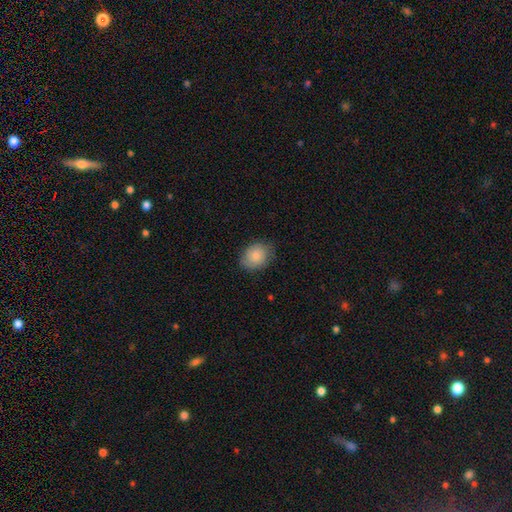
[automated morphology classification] This appears to be a smooth galaxy with no disk features (79%) that is in between round and cigar-shaped (51%). Merging: none (75%).